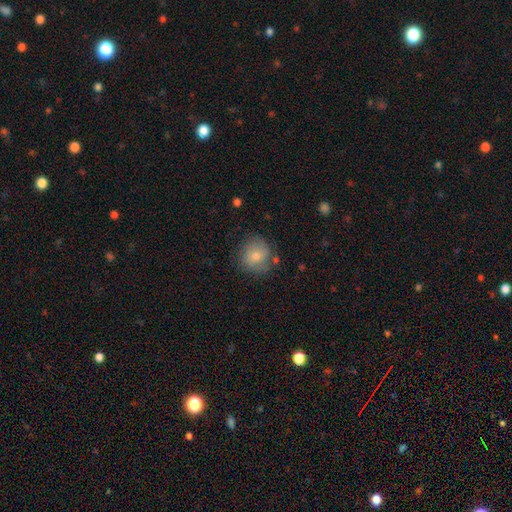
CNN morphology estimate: smooth 72%, featured or disk 20%, star or artifact 8%. Down the decision tree: how rounded — round (90%); merging — none (75%).